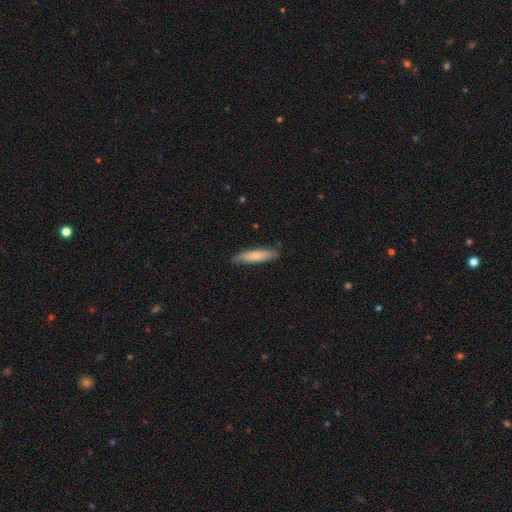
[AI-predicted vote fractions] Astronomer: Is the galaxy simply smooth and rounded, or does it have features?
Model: smooth — 74%.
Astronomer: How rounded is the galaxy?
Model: cigar-shaped — 77%.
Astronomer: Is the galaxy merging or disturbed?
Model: none — 84%.